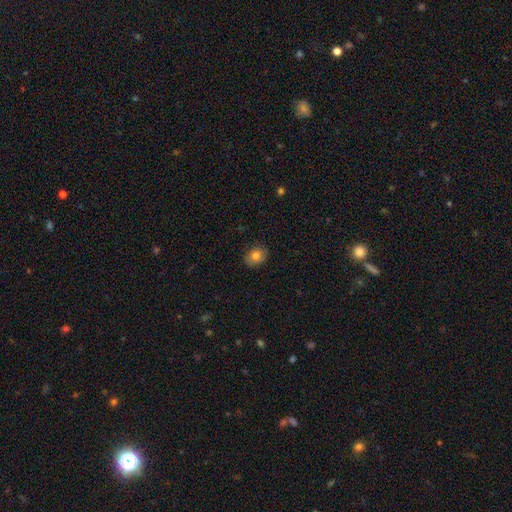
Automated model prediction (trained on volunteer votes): Smooth or featured?
  - smooth: 81% *
  - star or artifact: 10%
  - featured or disk: 9%
How rounded?
  - in between: 50% *
  - round: 49%
  - cigar-shaped: 1%
Merging?
  - none: 86% *
  - minor disturbance: 11%
  - major disturbance: 2%
  - merger: 1%